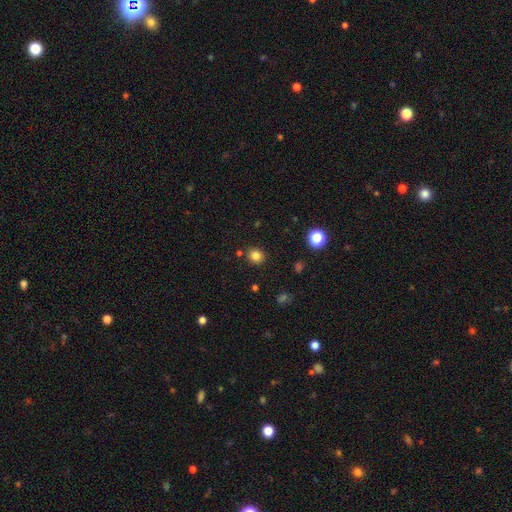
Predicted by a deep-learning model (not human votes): A smooth galaxy with no disk features (81%) that is round (82%).

Vote fractions:
- Smooth or featured? smooth: 81% / star or artifact: 13% / featured or disk: 5%
- How rounded? round: 82% / in between: 17% / cigar-shaped: 1%
- Merging? none: 85% / minor disturbance: 8% / merger: 4% / major disturbance: 2%